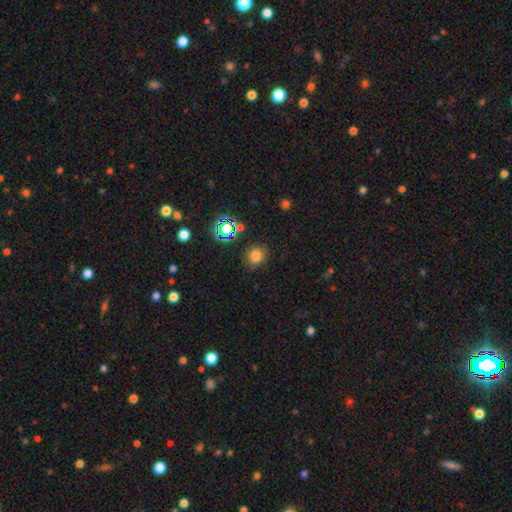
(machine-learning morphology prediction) smooth 74%, star or artifact 20%, featured or disk 6%. Down the decision tree: how rounded — round (76%); merging — none (80%).